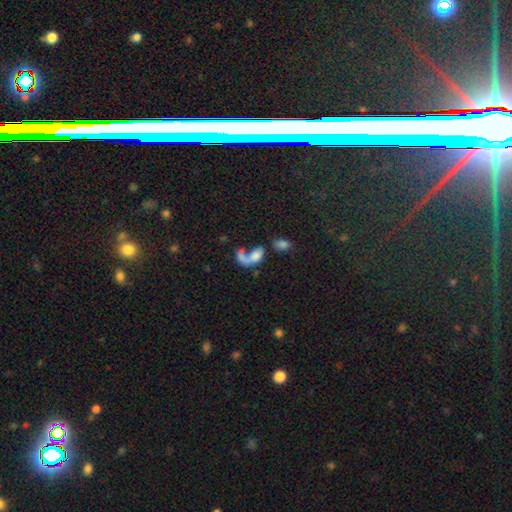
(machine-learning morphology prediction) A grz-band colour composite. It shows a smooth galaxy with no disk features (62%) that is in between round and cigar-shaped (84%). Merging: merger (53%).